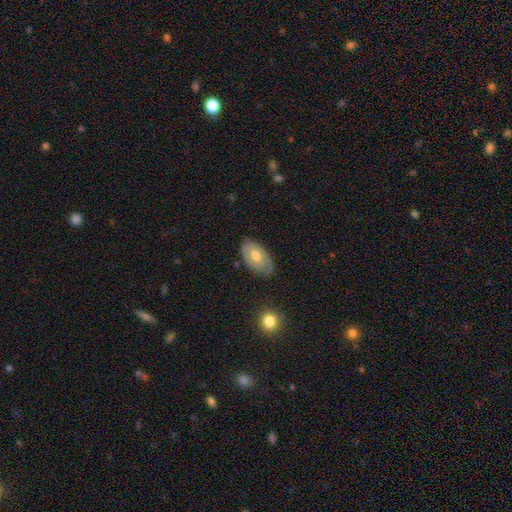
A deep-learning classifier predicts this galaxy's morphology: Overall: smooth (51%; featured or disk 43%). How rounded: in between (93%). Merging: none (73%).